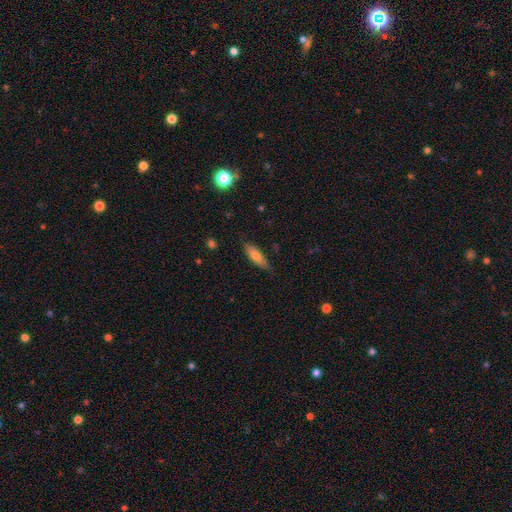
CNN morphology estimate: Smooth or featured? smooth (65%)
How rounded? cigar-shaped (51%)
Merging? none (82%)